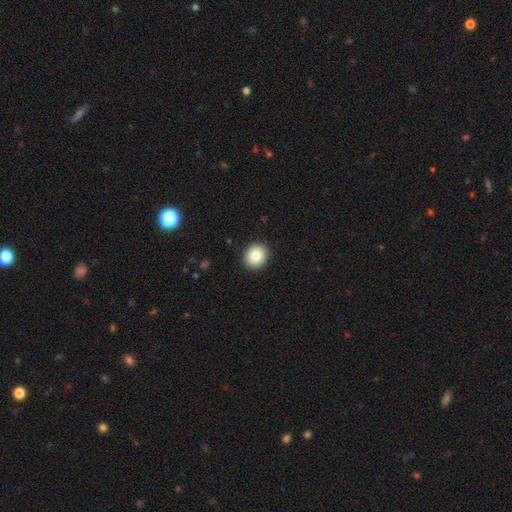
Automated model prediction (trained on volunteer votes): This is clearly a smooth galaxy (84%). How rounded: clearly round (85%). Merging: clearly none (92%).